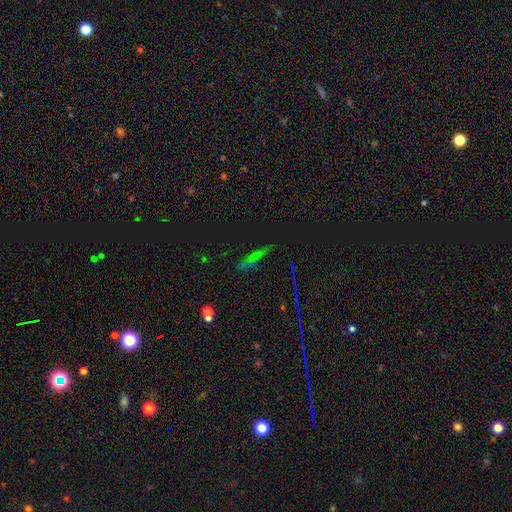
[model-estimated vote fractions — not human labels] smooth-or-featured: star or artifact: 48% | smooth: 28% | featured or disk: 24%